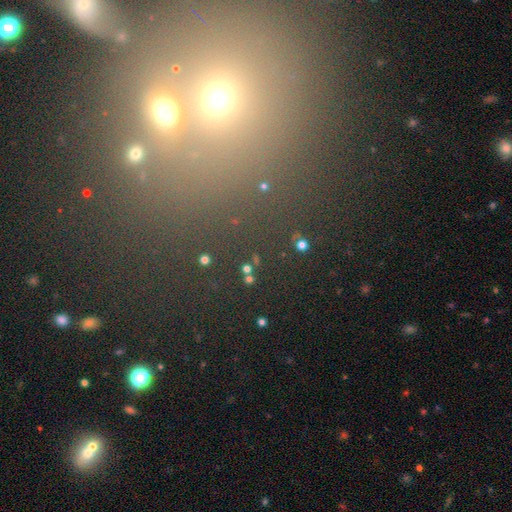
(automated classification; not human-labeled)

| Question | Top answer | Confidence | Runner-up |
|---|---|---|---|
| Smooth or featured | star or artifact | 53% | smooth (35%) |